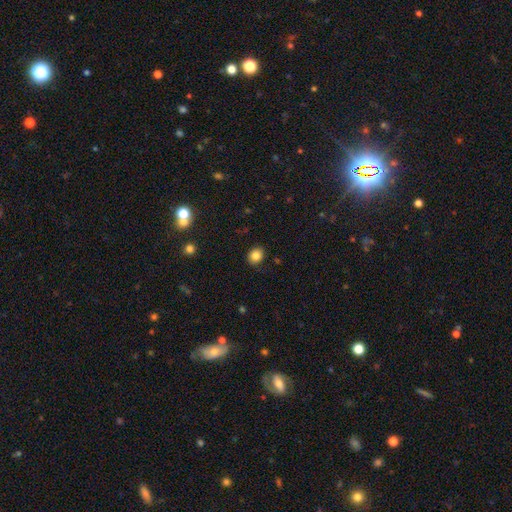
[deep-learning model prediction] smooth_or_featured: smooth (p=0.84) [alt: star or artifact p=0.11]
how_rounded: round (p=0.63) [alt: in between p=0.36]
merging: none (p=0.88) [alt: minor disturbance p=0.09]